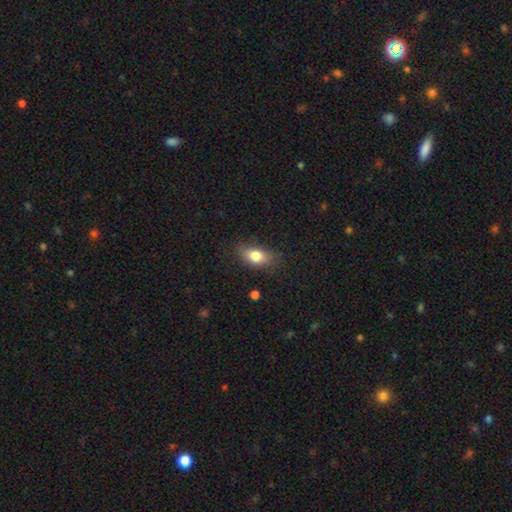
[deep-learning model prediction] A smooth galaxy with no disk features (79%) that is in between round and cigar-shaped (82%). Merging: none (75%).